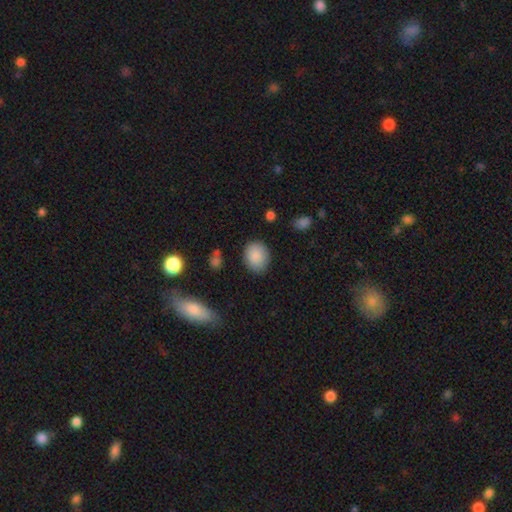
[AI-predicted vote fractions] Smooth or featured: smooth — 88% (star or artifact — 7%)
How rounded: round — 52% (in between — 47%)
Merging: none — 83% (minor disturbance — 12%)